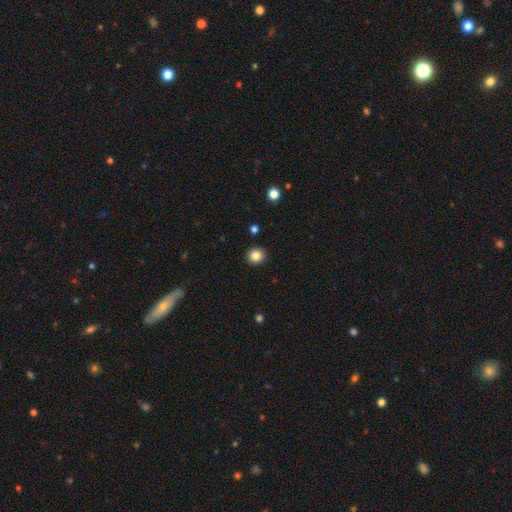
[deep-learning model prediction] This appears to be a smooth galaxy with no disk features (83%) that is round (87%). Merging: none (92%).